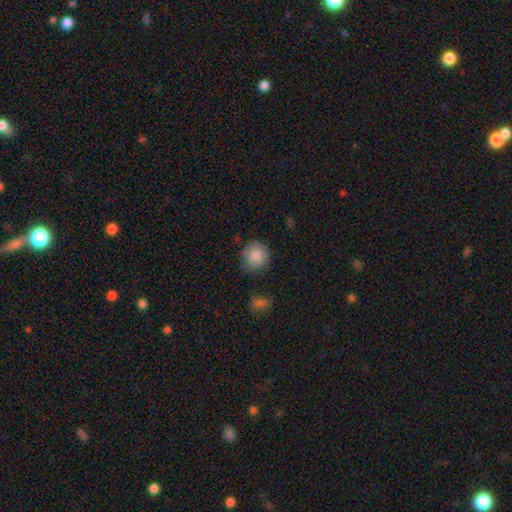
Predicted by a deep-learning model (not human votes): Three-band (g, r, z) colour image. It shows a smooth galaxy with no disk features (87%) that is round (90%). Merging: none (75%).